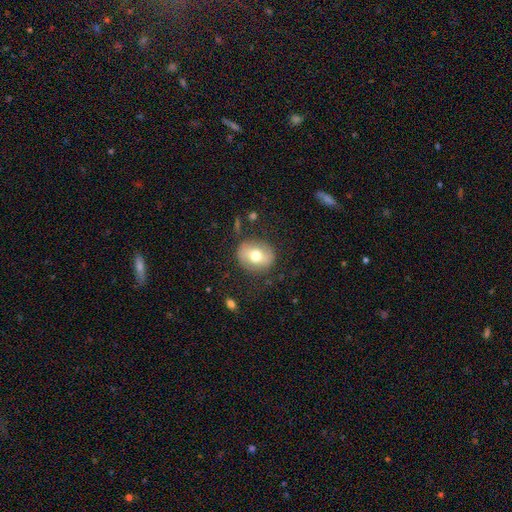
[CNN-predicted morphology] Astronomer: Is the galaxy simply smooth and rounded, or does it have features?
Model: smooth — 61%.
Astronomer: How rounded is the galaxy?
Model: round — 59% (runner-up: in between, 40%).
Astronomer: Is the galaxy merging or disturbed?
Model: none — 80%.